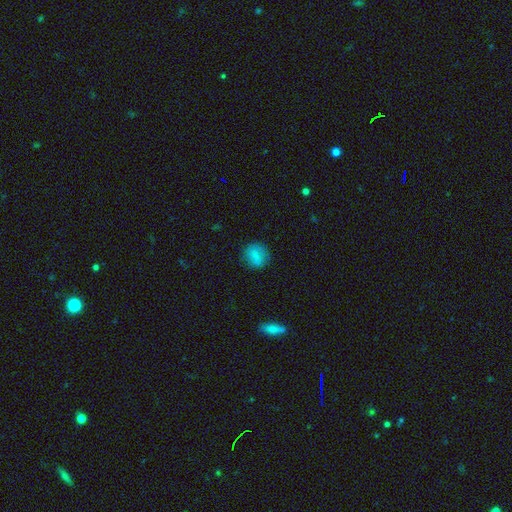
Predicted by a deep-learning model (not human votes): smooth_or_featured: smooth (p=0.83) [alt: star or artifact p=0.10]
how_rounded: round (p=0.78) [alt: in between p=0.21]
merging: none (p=0.82) [alt: minor disturbance p=0.13]